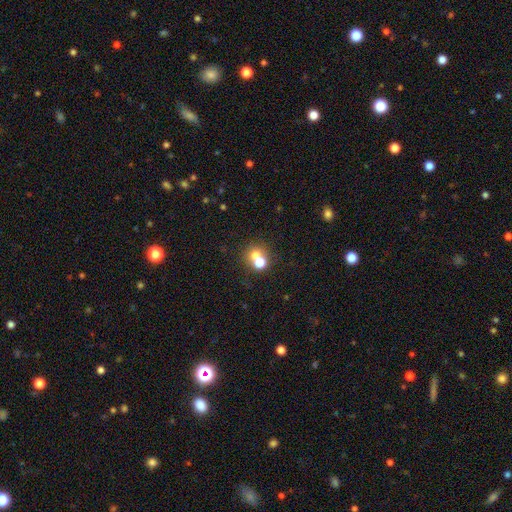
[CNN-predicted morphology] type=smooth (65%); roundness=round (77%); merging=merger (50%).